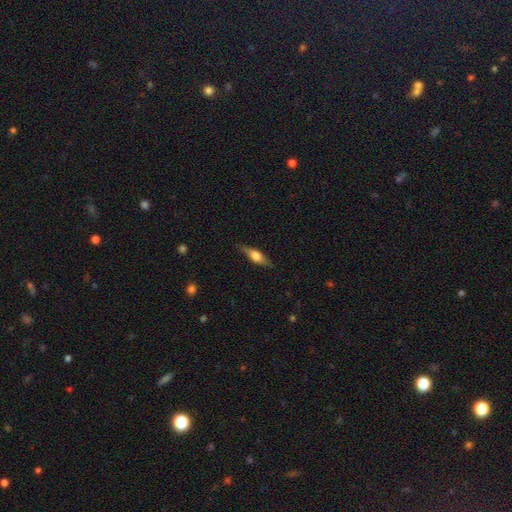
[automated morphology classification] type=featured or disk (51%); edge-on=yes (92%); merging=none (83%).